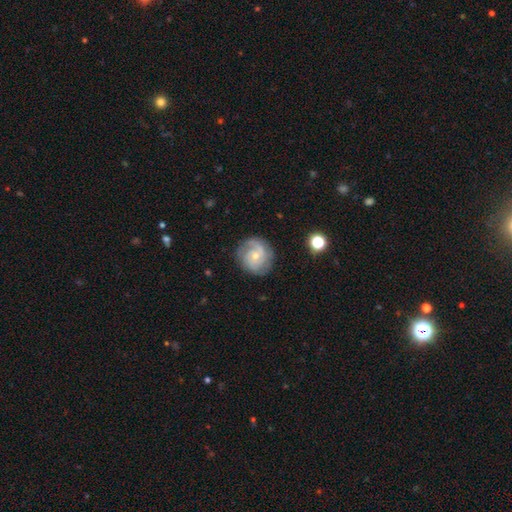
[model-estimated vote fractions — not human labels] Q: Smooth or featured?
A: featured or disk (74%); runner-up: smooth (20%)
Q: Edge-on disk?
A: no (98%); runner-up: yes (2%)
Q: Bar?
A: no (68%); runner-up: weak (28%)
Q: Spiral arms?
A: yes (93%); runner-up: no (7%)
Q: Spiral winding?
A: tight (47%); runner-up: medium (39%)
Q: Spiral arm count?
A: 2 (48%); runner-up: can't tell (21%)
Q: Bulge size?
A: small (64%); runner-up: moderate (32%)
Q: Merging?
A: none (77%); runner-up: minor disturbance (15%)